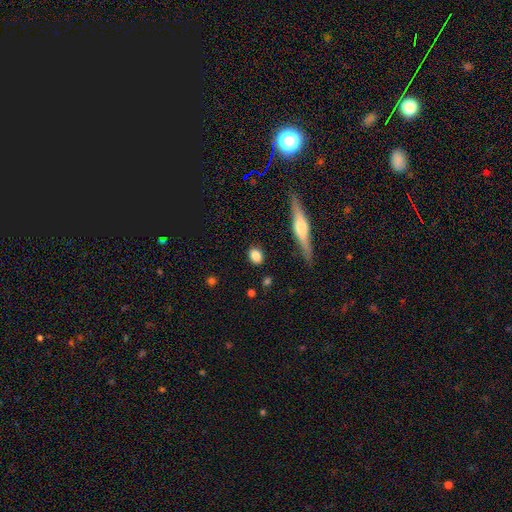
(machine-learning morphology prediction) A smooth galaxy with no disk features (82%) that is in between round and cigar-shaped (49%). Merging: none (87%).